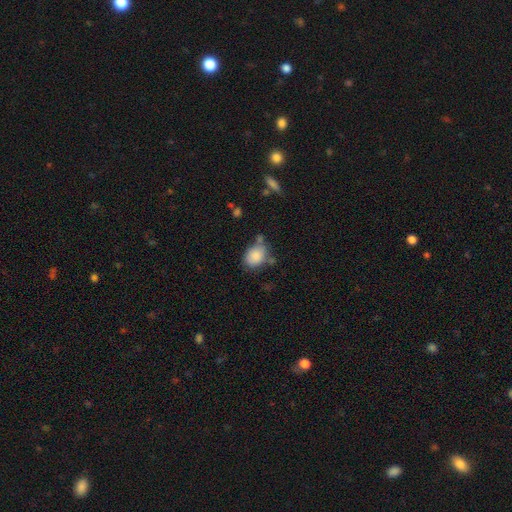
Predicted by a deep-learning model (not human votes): This appears to be a smooth galaxy with no disk features (84%) that is in between round and cigar-shaped (69%). Merging: none (56%).